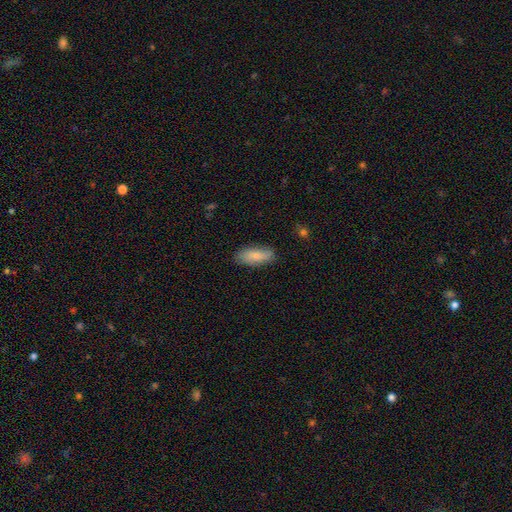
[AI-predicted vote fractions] This is clearly a smooth galaxy (80%). How rounded: likely in between (76%). Merging: clearly none (81%).